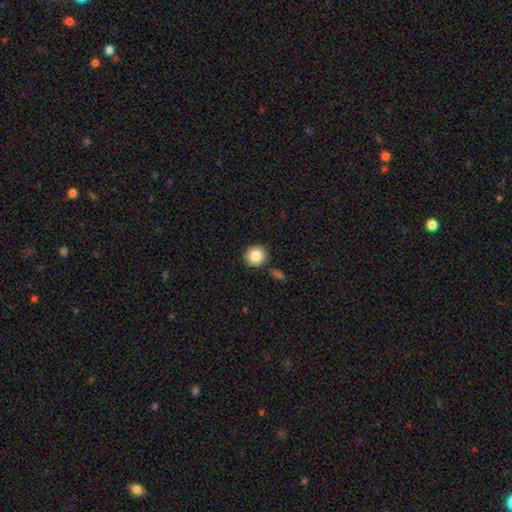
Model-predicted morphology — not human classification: Smooth or featured? smooth (85%)
How rounded? round (92%)
Merging? none (87%)